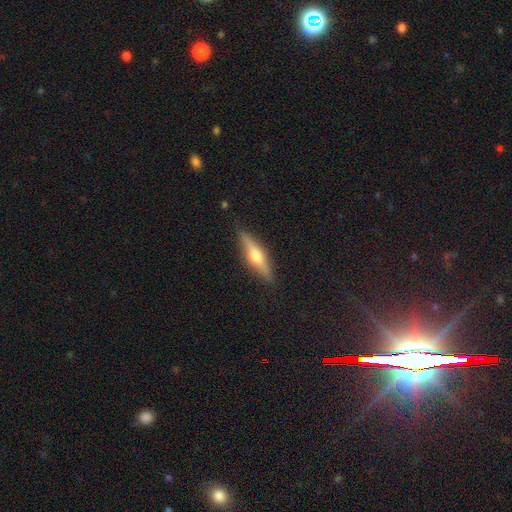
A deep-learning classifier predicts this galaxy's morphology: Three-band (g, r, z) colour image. It shows a featured or disk galaxy (59%) viewed edge-on (95%) with a rounded central bulge (93%). Merging: none (88%).